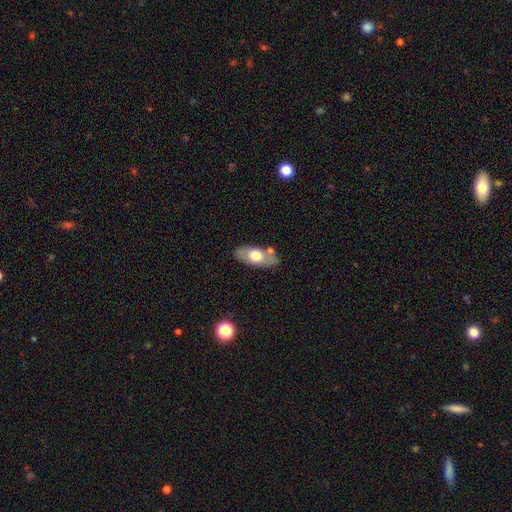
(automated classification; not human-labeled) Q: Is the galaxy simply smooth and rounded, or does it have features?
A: smooth — 59%.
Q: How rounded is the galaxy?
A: in between — 87%.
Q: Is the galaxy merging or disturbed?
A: none — 75%.